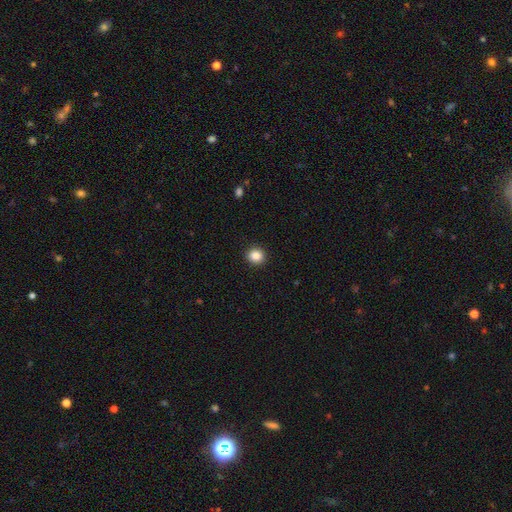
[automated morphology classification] Smooth or featured? smooth (87%)
How rounded? round (85%)
Merging? none (92%)